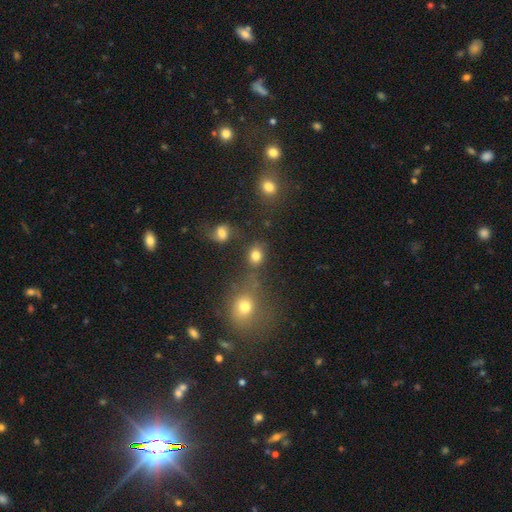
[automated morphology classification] smooth-or-featured: smooth: 80% | star or artifact: 14% | featured or disk: 7%
  how-rounded: round: 58% | in between: 40% | cigar-shaped: 1%
  merging: none: 65% | merger: 14% | minor disturbance: 14% | major disturbance: 6%